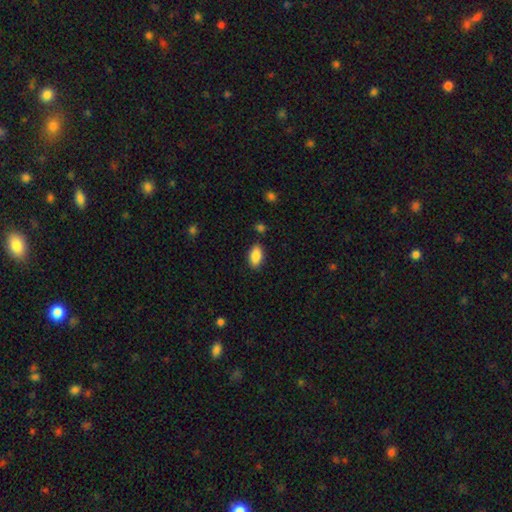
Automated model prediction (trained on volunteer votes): A smooth galaxy with no disk features (86%) that is in between round and cigar-shaped (92%). Merging: none (85%).